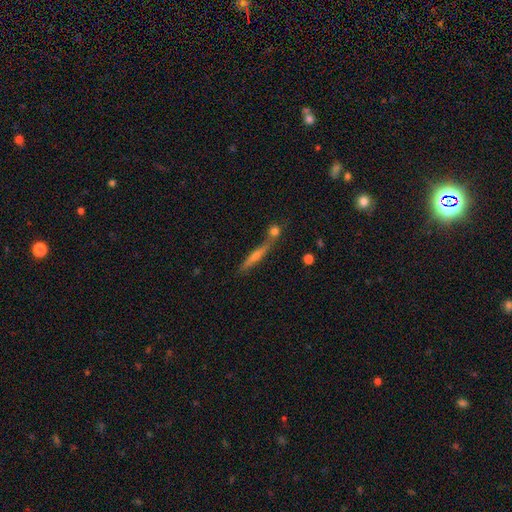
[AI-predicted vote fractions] smooth-or-featured: featured or disk: 50% | smooth: 33% | star or artifact: 17%
  disk-edge-on: yes: 84% | no: 16%
  merging: none: 63% | merger: 17% | minor disturbance: 13% | major disturbance: 7%